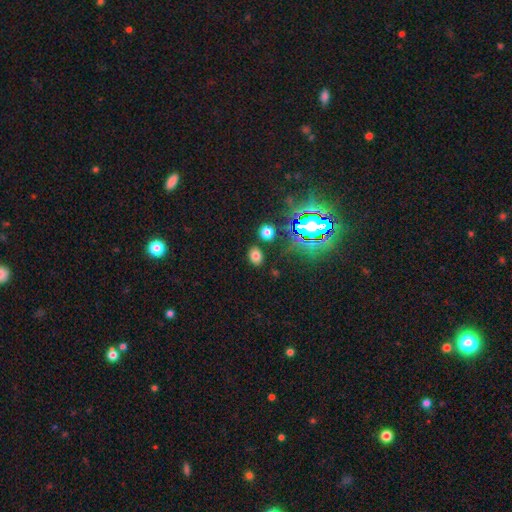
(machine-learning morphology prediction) This appears to be a smooth galaxy with no disk features (67%) that is in between round and cigar-shaped (67%). Merging: none (84%).